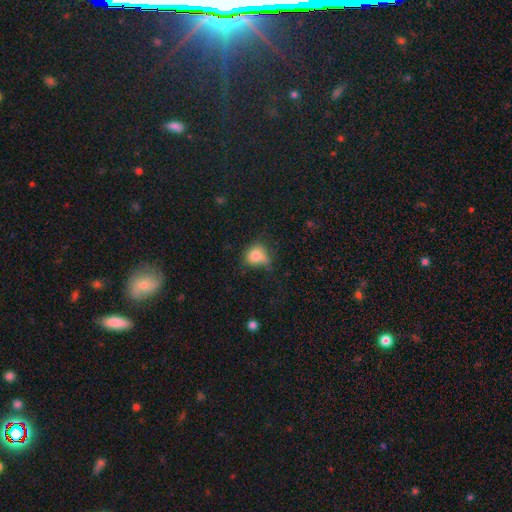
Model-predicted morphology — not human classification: smooth-or-featured: smooth: 77% | star or artifact: 12% | featured or disk: 11%
  how-rounded: round: 63% | in between: 35% | cigar-shaped: 1%
  merging: none: 41% | minor disturbance: 33% | major disturbance: 20% | merger: 6%